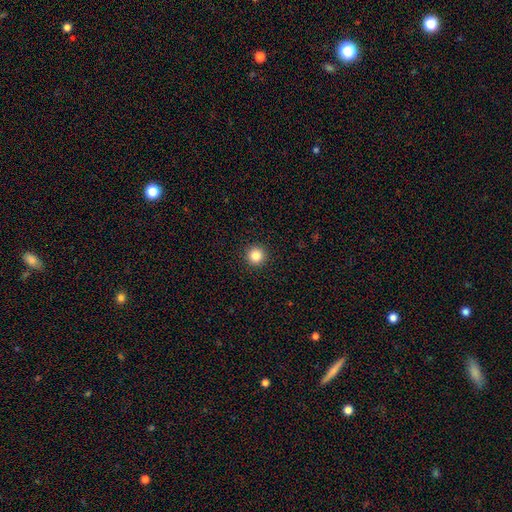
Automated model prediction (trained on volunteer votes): This is clearly a smooth galaxy (84%). How rounded: clearly round (96%). Merging: clearly none (94%).